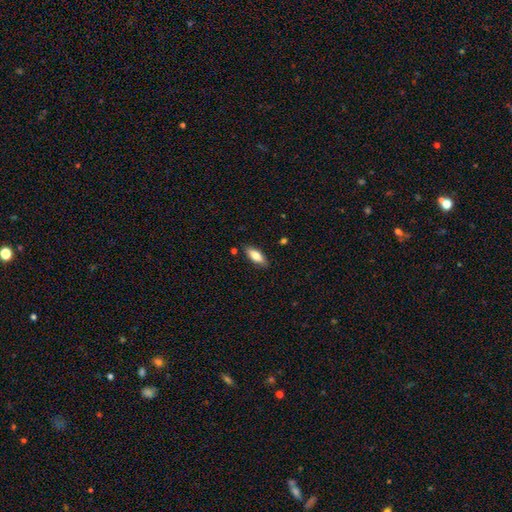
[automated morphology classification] A smooth galaxy with no disk features (77%) that is in between round and cigar-shaped (72%).

Vote fractions:
- Smooth or featured? smooth: 77% / featured or disk: 17% / star or artifact: 6%
- How rounded? in between: 72% / cigar-shaped: 25% / round: 2%
- Merging? none: 85% / minor disturbance: 11% / major disturbance: 2% / merger: 2%